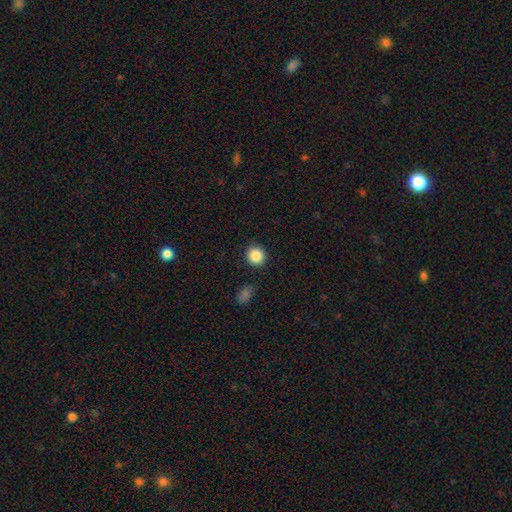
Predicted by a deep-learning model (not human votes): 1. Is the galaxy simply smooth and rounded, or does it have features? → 87% smooth, 9% star or artifact, 4% featured or disk.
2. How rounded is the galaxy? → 90% round, 9% in between, 1% cigar-shaped.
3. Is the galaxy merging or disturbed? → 90% none, 6% minor disturbance, 2% major disturbance, 2% merger.